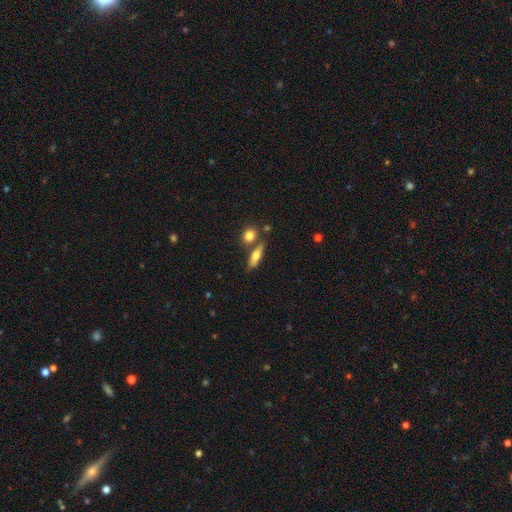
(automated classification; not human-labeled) Smooth or featured: smooth — 62% (featured or disk — 30%)
How rounded: cigar-shaped — 52% (in between — 43%)
Merging: none — 66% (merger — 17%)